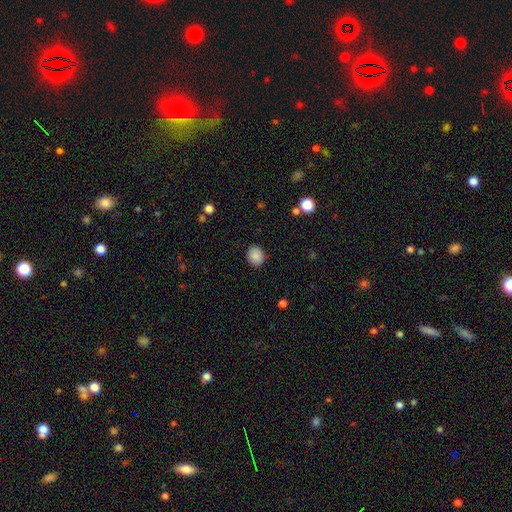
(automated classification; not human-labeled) Smooth or featured? smooth (88%)
How rounded? round (64%)
Merging? none (88%)